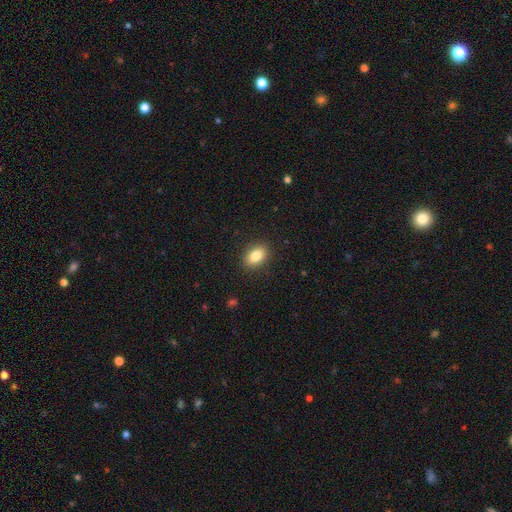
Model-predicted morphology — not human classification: Smooth or featured?
  - smooth: 84% *
  - star or artifact: 8%
  - featured or disk: 8%
How rounded?
  - in between: 83% *
  - round: 15%
  - cigar-shaped: 2%
Merging?
  - none: 89% *
  - minor disturbance: 8%
  - major disturbance: 2%
  - merger: 1%